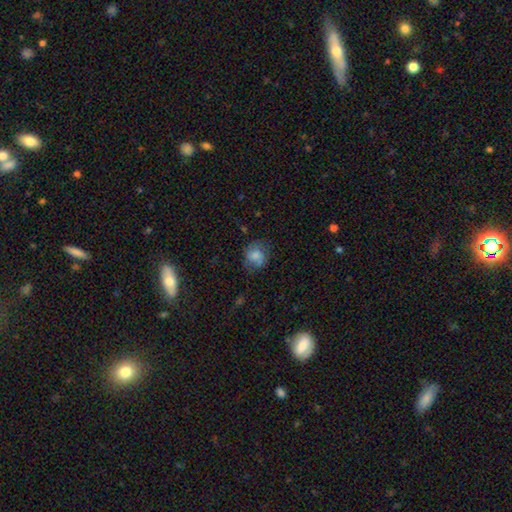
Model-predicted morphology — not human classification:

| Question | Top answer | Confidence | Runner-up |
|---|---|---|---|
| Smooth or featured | smooth | 71% | featured or disk (20%) |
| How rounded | round | 69% | in between (30%) |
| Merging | none | 61% | minor disturbance (26%) |